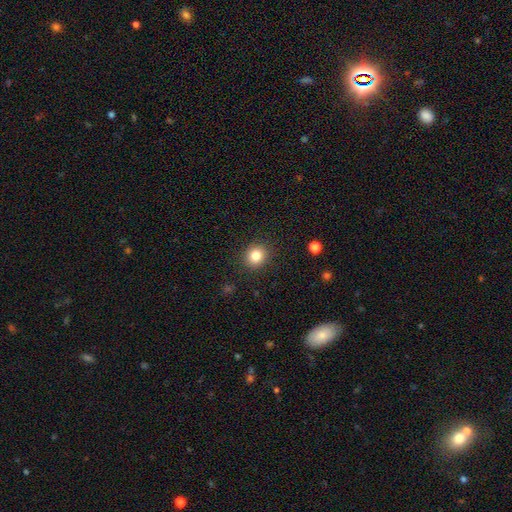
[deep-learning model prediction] smooth_or_featured: smooth (p=0.83) [alt: star or artifact p=0.11]
how_rounded: round (p=0.80) [alt: in between p=0.20]
merging: none (p=0.90) [alt: minor disturbance p=0.07]